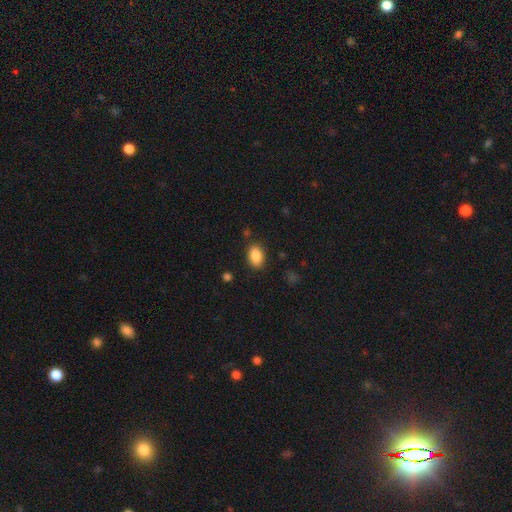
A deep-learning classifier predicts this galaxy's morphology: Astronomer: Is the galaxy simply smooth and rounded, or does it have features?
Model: smooth — 87%.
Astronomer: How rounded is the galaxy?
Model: in between — 85%.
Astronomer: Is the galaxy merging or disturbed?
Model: none — 85%.